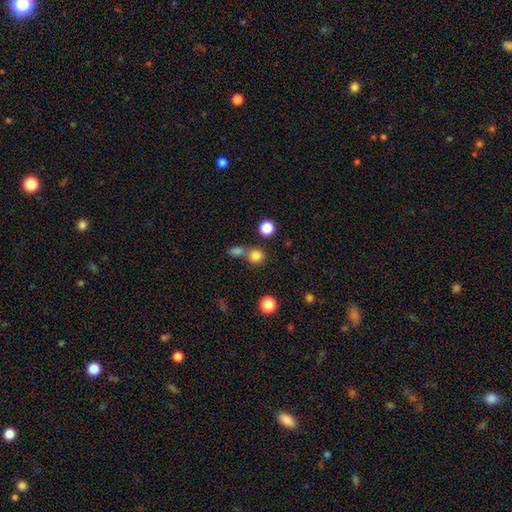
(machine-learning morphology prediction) A smooth galaxy with no disk features (80%) that is round (89%).

Vote fractions:
- Smooth or featured? smooth: 80% / star or artifact: 14% / featured or disk: 6%
- How rounded? round: 89% / in between: 10% / cigar-shaped: 1%
- Merging? none: 61% / merger: 28% / minor disturbance: 7% / major disturbance: 3%